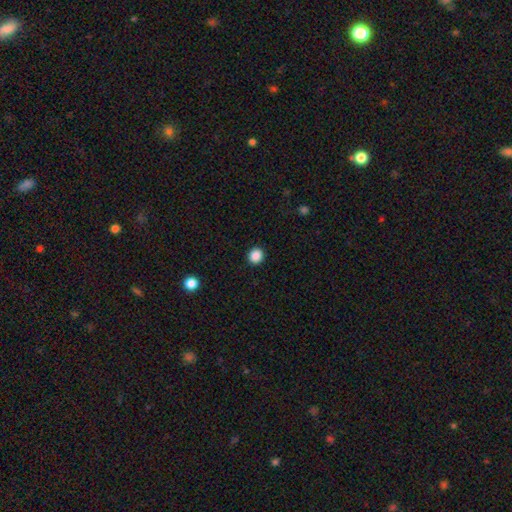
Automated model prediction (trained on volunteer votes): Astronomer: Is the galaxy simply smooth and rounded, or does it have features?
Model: smooth — 88%.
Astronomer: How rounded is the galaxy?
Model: round — 91%.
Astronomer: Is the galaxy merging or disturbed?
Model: none — 93%.